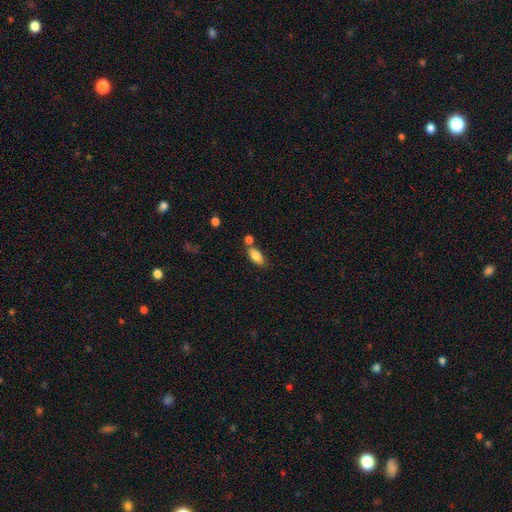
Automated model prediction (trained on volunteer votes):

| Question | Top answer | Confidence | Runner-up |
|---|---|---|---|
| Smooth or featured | smooth | 83% | featured or disk (9%) |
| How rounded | in between | 86% | cigar-shaped (10%) |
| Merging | none | 57% | merger (24%) |